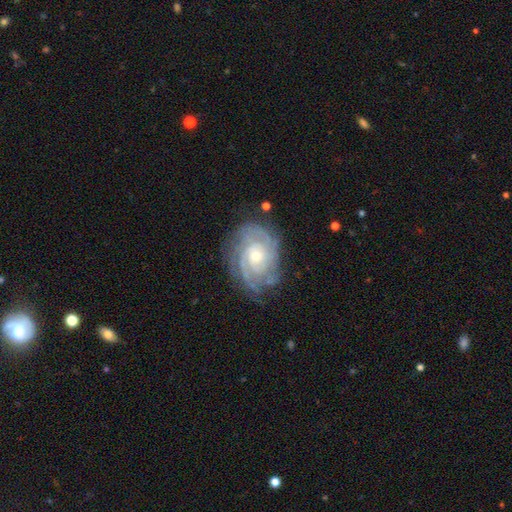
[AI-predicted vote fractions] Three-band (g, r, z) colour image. It shows a featured or disk galaxy (87%) with no bar (75%), tight (75%) spiral arms (97%) and a small central bulge (52%). Merging: none (76%).